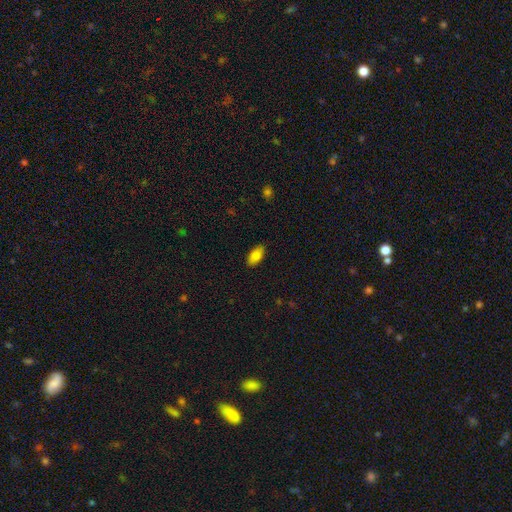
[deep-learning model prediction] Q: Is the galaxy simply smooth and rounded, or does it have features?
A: smooth — 86%.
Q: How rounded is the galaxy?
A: in between — 91%.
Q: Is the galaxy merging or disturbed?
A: none — 88%.